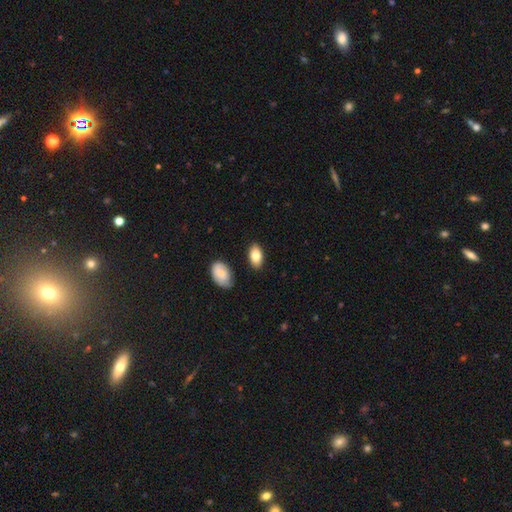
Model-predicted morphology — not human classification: Overall: smooth (81%). How rounded: in between (93%). Merging: none (85%).